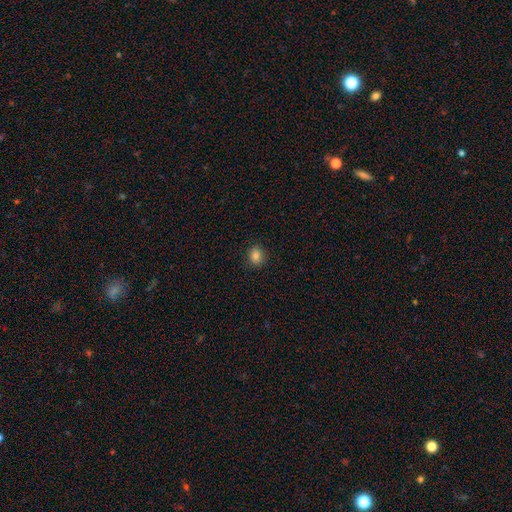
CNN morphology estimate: smooth_or_featured: smooth (p=0.84) [alt: star or artifact p=0.11]
how_rounded: round (p=0.65) [alt: in between p=0.34]
merging: none (p=0.89) [alt: minor disturbance p=0.08]